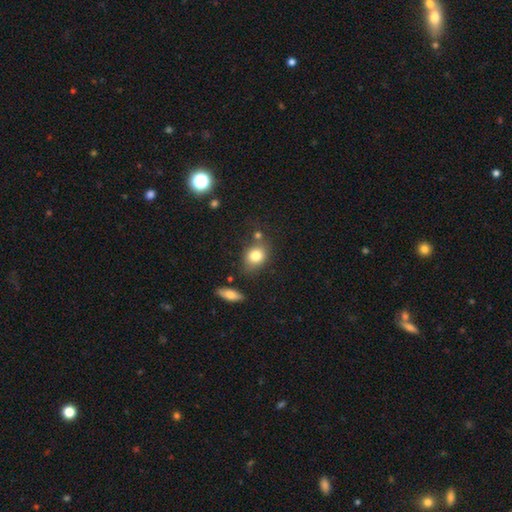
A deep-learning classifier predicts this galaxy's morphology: smooth-or-featured: smooth: 80% | star or artifact: 10% | featured or disk: 9%
  how-rounded: round: 53% | in between: 46% | cigar-shaped: 2%
  merging: none: 67% | minor disturbance: 16% | merger: 12% | major disturbance: 5%